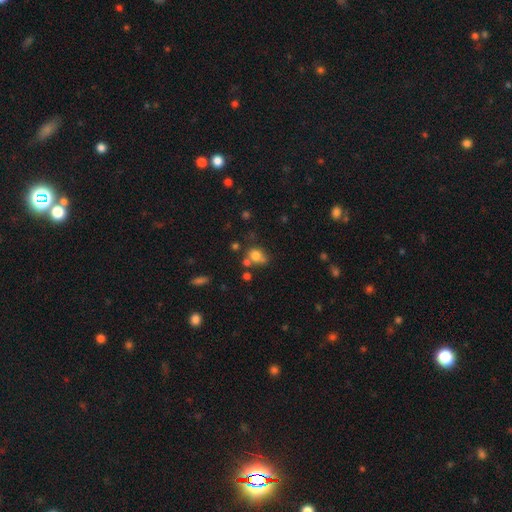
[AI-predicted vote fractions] The model was most divided on "how rounded": in between: 54%, round: 44%, cigar-shaped: 2%. Remaining: smooth or featured — smooth (76%); merging — none (45%).